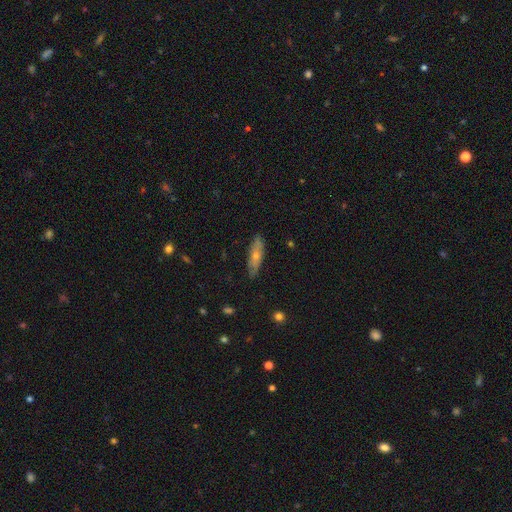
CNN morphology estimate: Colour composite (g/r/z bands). It shows a smooth galaxy with no disk features (48%). Merging: none (85%).